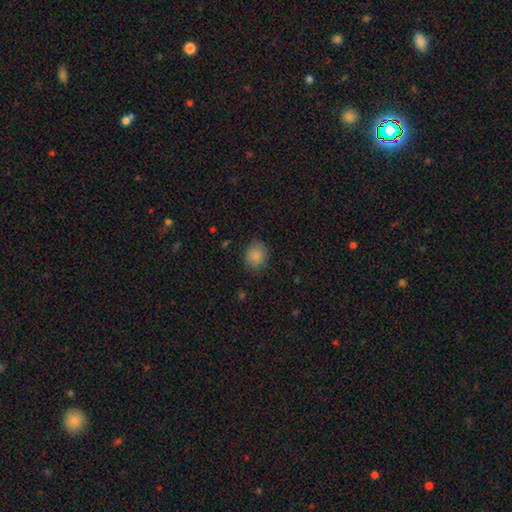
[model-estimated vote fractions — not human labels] A smooth galaxy with no disk features (87%) that is round (70%). Merging: none (80%).